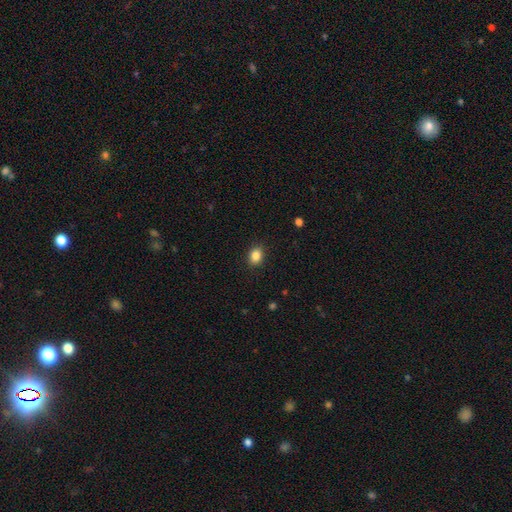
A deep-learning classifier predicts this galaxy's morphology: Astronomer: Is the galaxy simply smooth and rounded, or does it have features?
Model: smooth — 86%.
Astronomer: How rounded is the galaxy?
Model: in between — 58% (runner-up: round, 40%).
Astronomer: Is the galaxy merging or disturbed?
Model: none — 89%.